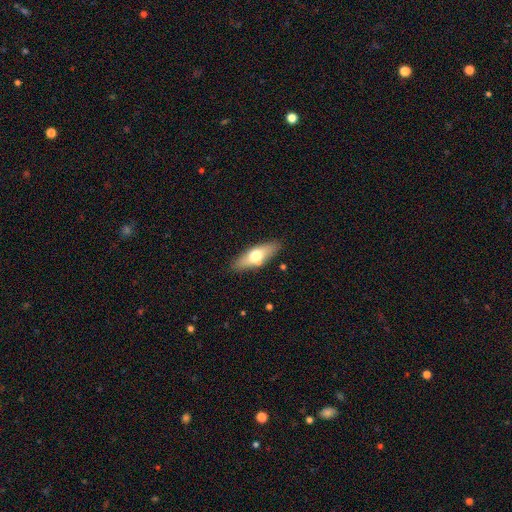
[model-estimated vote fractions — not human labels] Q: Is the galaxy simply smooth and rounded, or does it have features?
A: smooth — 59%.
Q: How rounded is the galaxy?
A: in between — 62%.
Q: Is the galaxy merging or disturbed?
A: none — 83%.